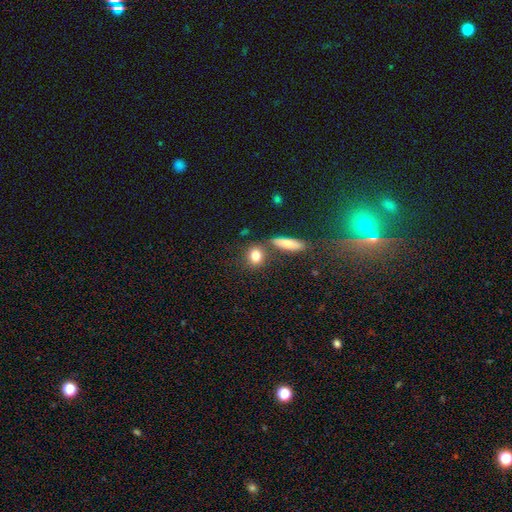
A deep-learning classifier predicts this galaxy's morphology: Smooth or featured? Predicted: smooth (p=0.80). How rounded? Predicted: round (p=0.50). Merging? Predicted: none (p=0.67).